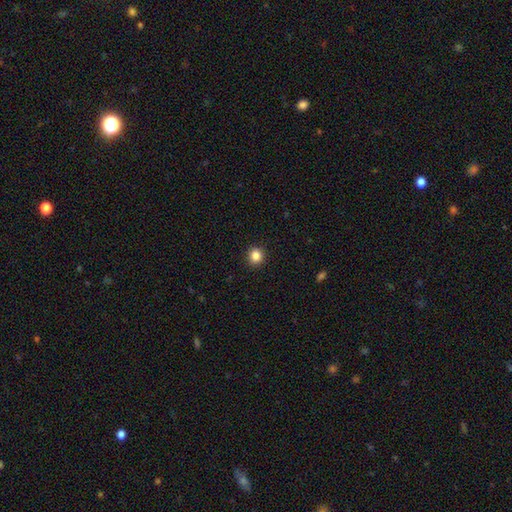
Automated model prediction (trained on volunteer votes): Morphology: type=smooth (85%); roundness=round (91%); merging=none (93%).